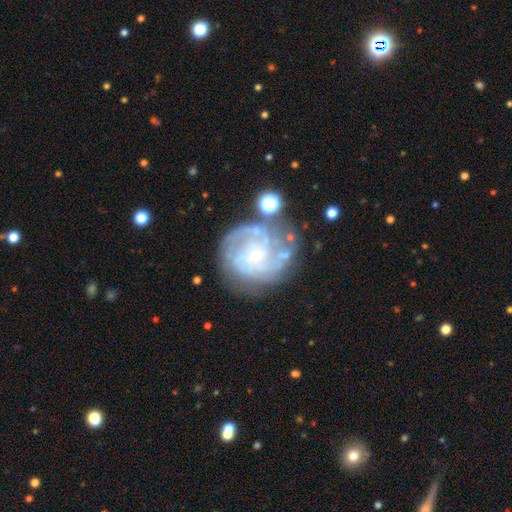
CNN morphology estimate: smooth_or_featured: featured or disk (p=0.84) [alt: smooth p=0.09]
disk_edge_on: no (p=0.98) [alt: yes p=0.02]
bar: no (p=0.74) [alt: weak p=0.21]
has_spiral_arms: yes (p=0.94) [alt: no p=0.06]
spiral_winding: tight (p=0.58) [alt: medium p=0.34]
spiral_arm_count: can't tell (p=0.26) [alt: 3 p=0.24]
bulge_size: small (p=0.86) [alt: moderate p=0.09]
merging: none (p=0.66) [alt: minor disturbance p=0.18]